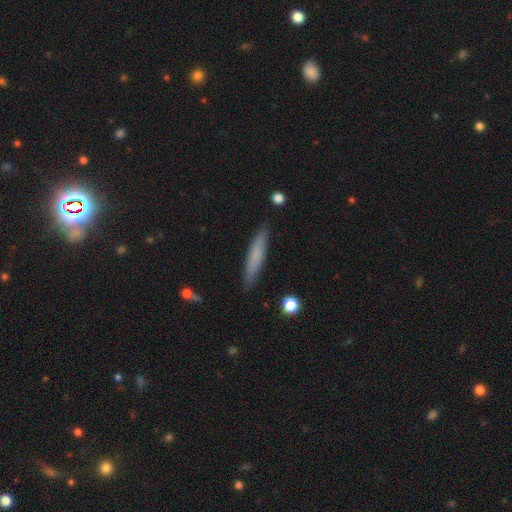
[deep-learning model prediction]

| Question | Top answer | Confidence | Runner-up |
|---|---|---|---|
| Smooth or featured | smooth | 69% | featured or disk (24%) |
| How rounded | cigar-shaped | 91% | in between (7%) |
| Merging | none | 88% | minor disturbance (9%) |